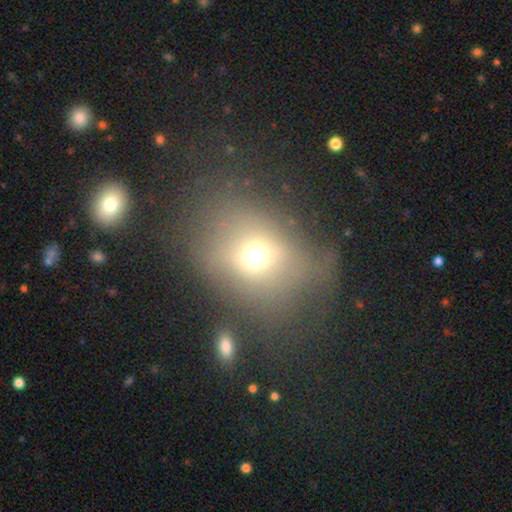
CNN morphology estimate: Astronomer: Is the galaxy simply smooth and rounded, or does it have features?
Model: smooth — 61%.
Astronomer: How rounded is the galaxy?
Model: round — 60% (runner-up: in between, 38%).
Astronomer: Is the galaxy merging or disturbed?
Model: none — 53%.